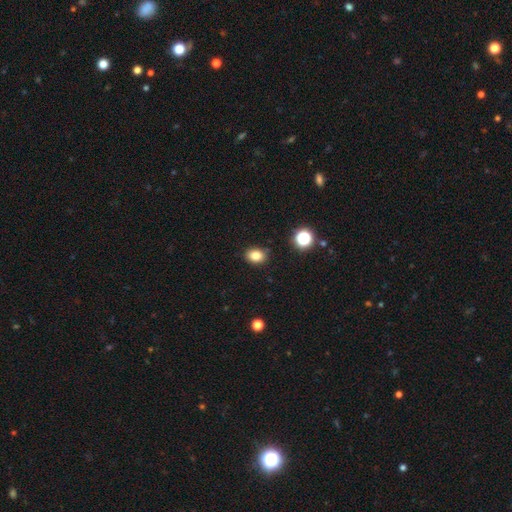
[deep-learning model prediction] Morphology: type=smooth (82%); roundness=in between (60%); merging=none (86%).